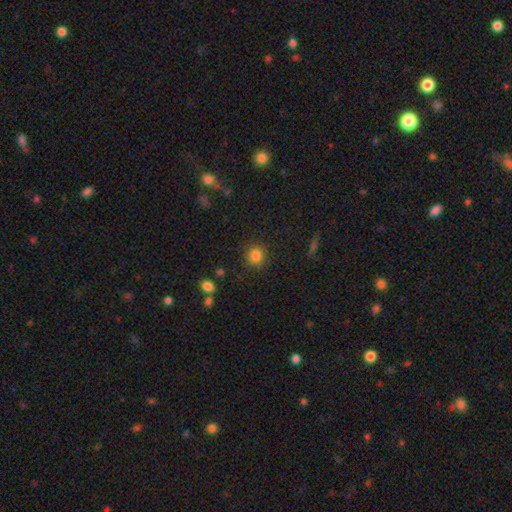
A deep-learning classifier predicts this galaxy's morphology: smooth_or_featured: smooth (p=0.83) [alt: star or artifact p=0.11]
how_rounded: round (p=0.87) [alt: in between p=0.12]
merging: none (p=0.87) [alt: minor disturbance p=0.08]